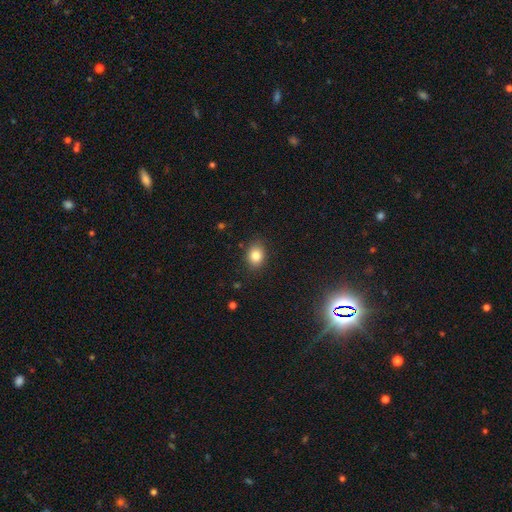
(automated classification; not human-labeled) Smooth or featured? smooth (83%)
How rounded? in between (56%)
Merging? none (86%)